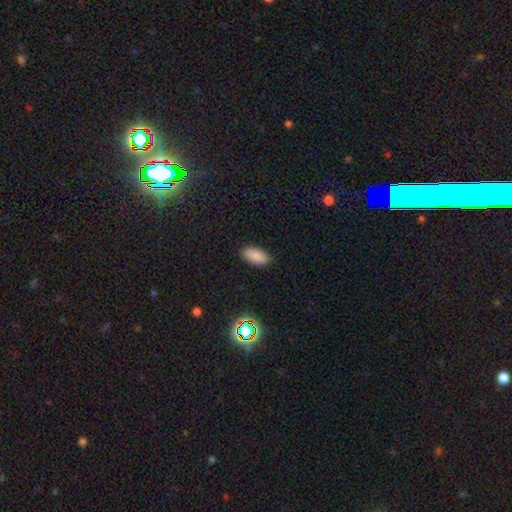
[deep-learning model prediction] Q: Smooth or featured?
A: smooth (86%); runner-up: star or artifact (9%)
Q: How rounded?
A: in between (93%); runner-up: cigar-shaped (4%)
Q: Merging?
A: none (87%); runner-up: minor disturbance (9%)